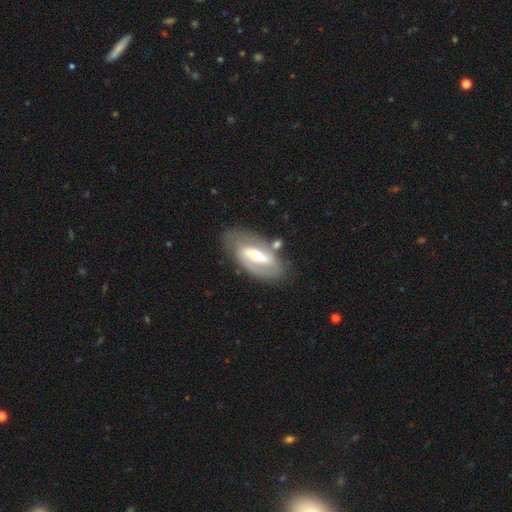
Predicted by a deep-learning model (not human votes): This is likely a featured or disk galaxy (76%). It is clearly not viewed edge-on (91%). Bar: possibly strong (59%). Spiral arm pattern: likely yes (72%). Central bulge: possibly moderate (56%). Merging: likely none (73%).